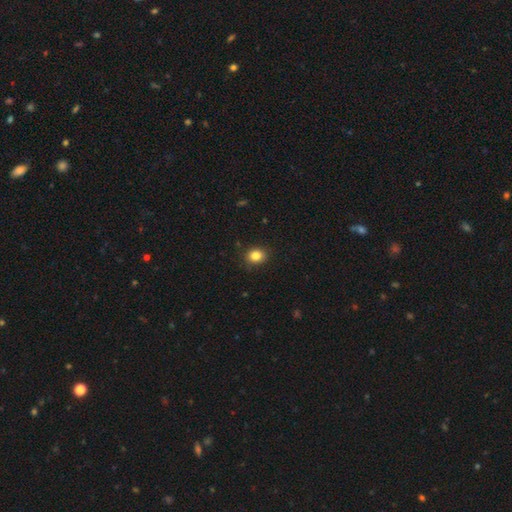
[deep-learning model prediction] The model was most divided on "how rounded": round: 67%, in between: 33%, cigar-shaped: 1%. More confident: merging — none (88%); smooth or featured — smooth (84%).